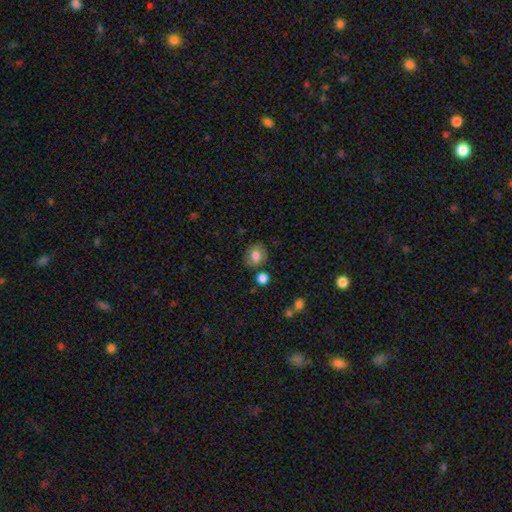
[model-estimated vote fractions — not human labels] Smooth or featured? smooth (78%)
How rounded? round (64%)
Merging? none (74%)